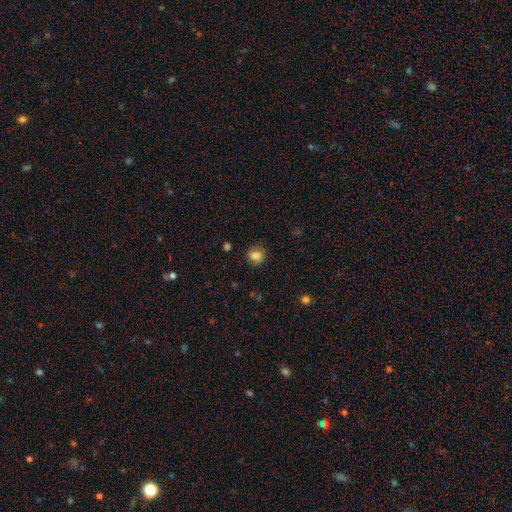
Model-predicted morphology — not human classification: This is clearly a smooth galaxy (82%). How rounded: likely round (70%). Merging: likely none (80%).